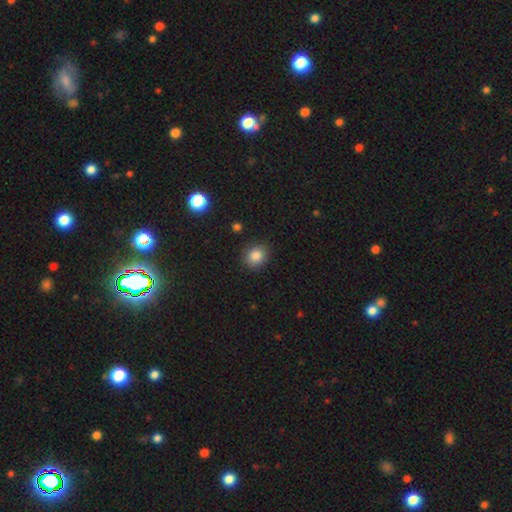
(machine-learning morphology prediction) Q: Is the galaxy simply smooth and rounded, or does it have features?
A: smooth — 84%.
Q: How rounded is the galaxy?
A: round — 71%.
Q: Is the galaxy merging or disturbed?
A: none — 87%.